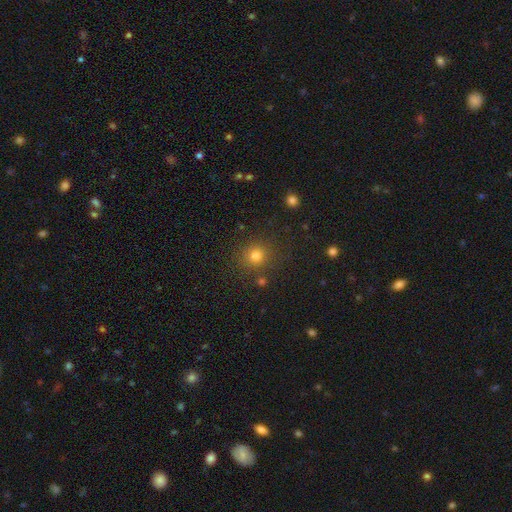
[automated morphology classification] smooth-or-featured: smooth: 79% | star or artifact: 16% | featured or disk: 6%
  how-rounded: round: 89% | in between: 10% | cigar-shaped: 1%
  merging: none: 84% | minor disturbance: 8% | merger: 4% | major disturbance: 4%